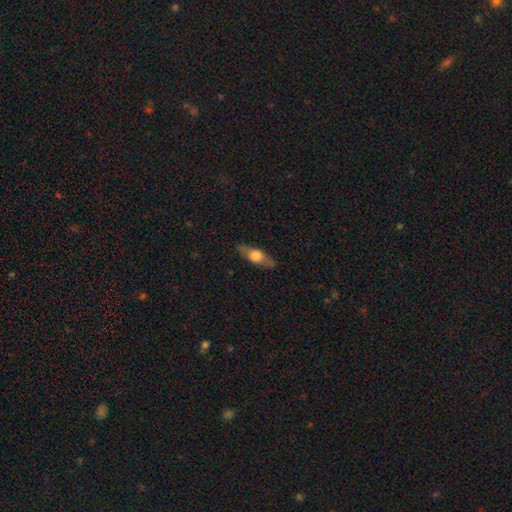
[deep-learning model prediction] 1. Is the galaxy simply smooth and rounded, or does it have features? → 49% featured or disk, 45% smooth, 6% star or artifact.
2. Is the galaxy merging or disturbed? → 86% none, 10% minor disturbance, 3% major disturbance, 1% merger.